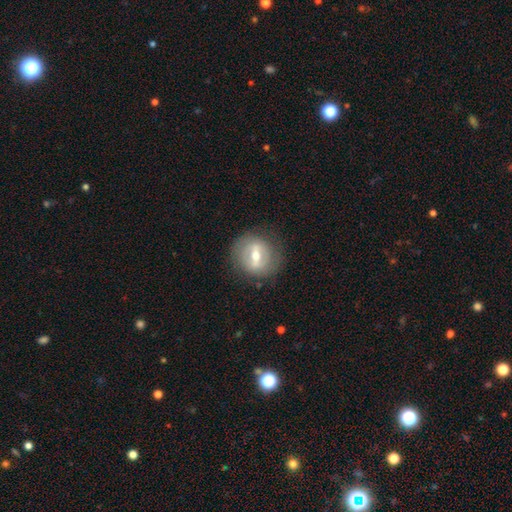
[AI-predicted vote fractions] This is likely a featured or disk galaxy (64%). It is clearly not viewed edge-on (83%). Bar: likely strong (61%). Spiral arm pattern: likely no (72%). Central bulge: likely moderate (65%). Merging: clearly none (82%).